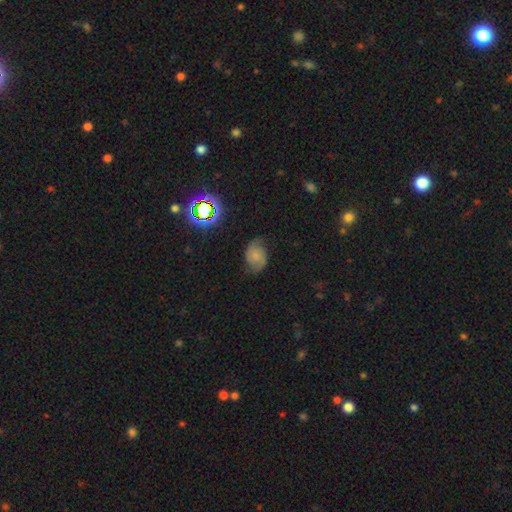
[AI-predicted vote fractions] smooth_or_featured: featured or disk (p=0.46) [alt: smooth p=0.40]
merging: none (p=0.65) [alt: minor disturbance p=0.25]